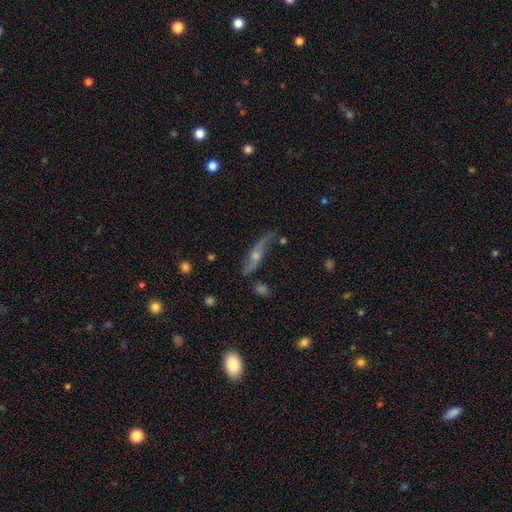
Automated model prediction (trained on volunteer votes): A featured or disk galaxy (75%).

Vote fractions:
- Smooth or featured? featured or disk: 75% / smooth: 18% / star or artifact: 7%
- Edge-on disk? no: 59% / yes: 41%
- Merging? none: 62% / minor disturbance: 23% / major disturbance: 11% / merger: 4%